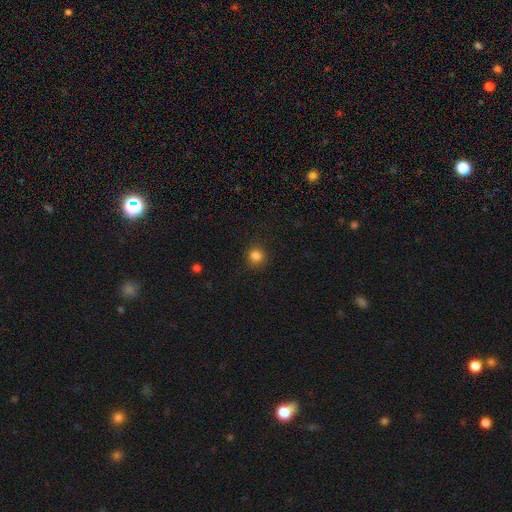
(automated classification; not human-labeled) Smooth or featured? smooth (84%)
How rounded? round (90%)
Merging? none (88%)